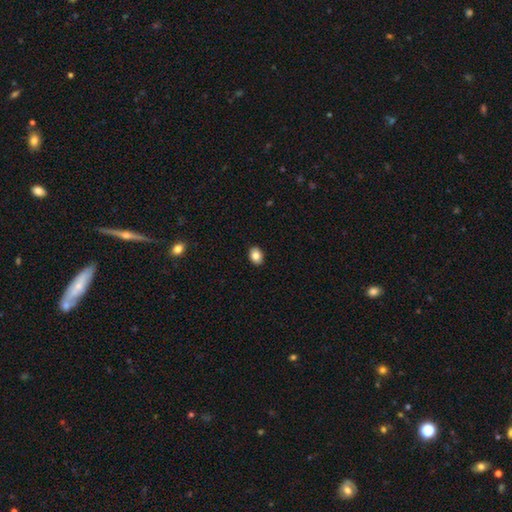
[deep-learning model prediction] This appears to be a smooth galaxy with no disk features (84%) that is in between round and cigar-shaped (69%). Merging: none (90%).